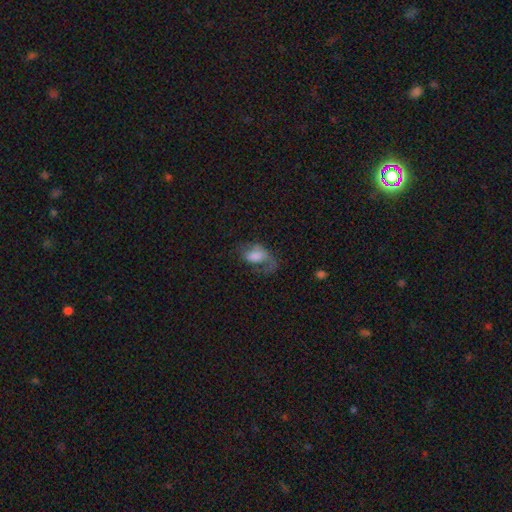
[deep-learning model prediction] Smooth or featured?
  - smooth: 50% *
  - featured or disk: 41%
  - star or artifact: 10%
Merging?
  - major disturbance: 48% *
  - none: 29%
  - minor disturbance: 20%
  - merger: 3%